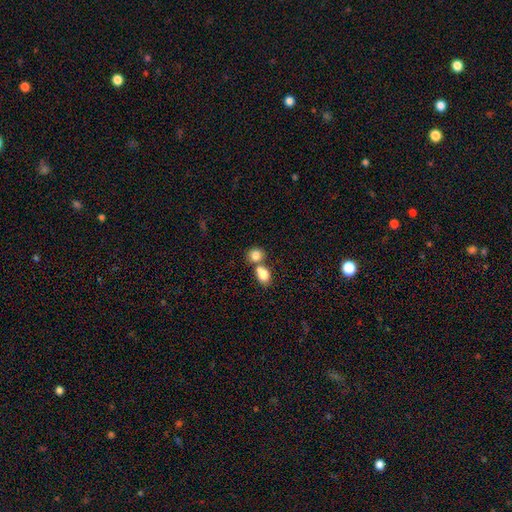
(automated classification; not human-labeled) Smooth or featured?
  - smooth: 82% *
  - star or artifact: 9%
  - featured or disk: 9%
How rounded?
  - round: 66% *
  - in between: 33%
  - cigar-shaped: 1%
Merging?
  - merger: 50% *
  - none: 40%
  - minor disturbance: 7%
  - major disturbance: 3%